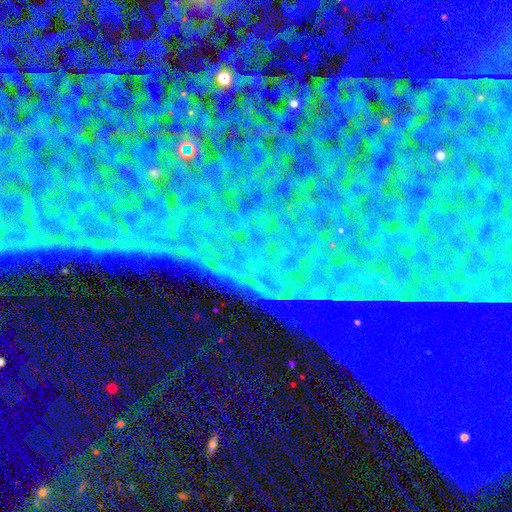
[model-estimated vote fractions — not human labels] A star or artifact, not a galaxy (88%).

Vote fractions:
- Smooth or featured? star or artifact: 88% / featured or disk: 7% / smooth: 6%